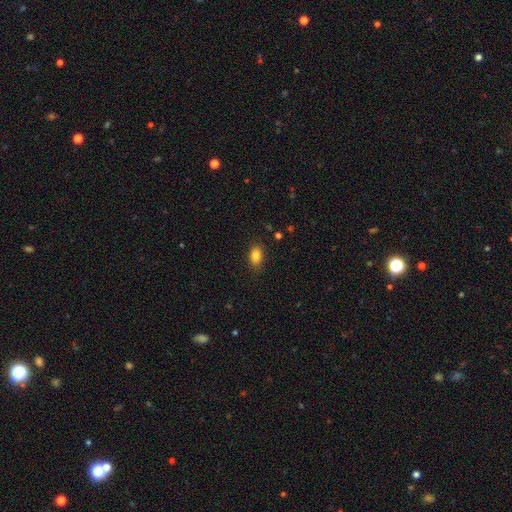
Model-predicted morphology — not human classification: A smooth galaxy with no disk features (85%) that is in between round and cigar-shaped (87%).

Vote fractions:
- Smooth or featured? smooth: 85% / star or artifact: 9% / featured or disk: 5%
- How rounded? in between: 87% / round: 10% / cigar-shaped: 3%
- Merging? none: 86% / minor disturbance: 11% / major disturbance: 3% / merger: 1%